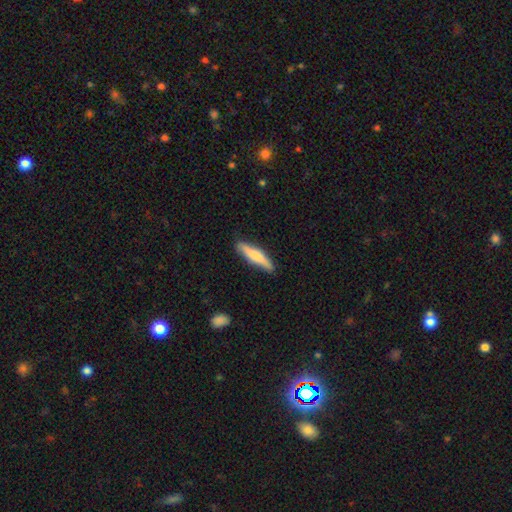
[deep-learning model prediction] smooth_or_featured: smooth (p=0.66) [alt: featured or disk p=0.29]
how_rounded: cigar-shaped (p=0.85) [alt: in between p=0.14]
merging: none (p=0.85) [alt: minor disturbance p=0.12]